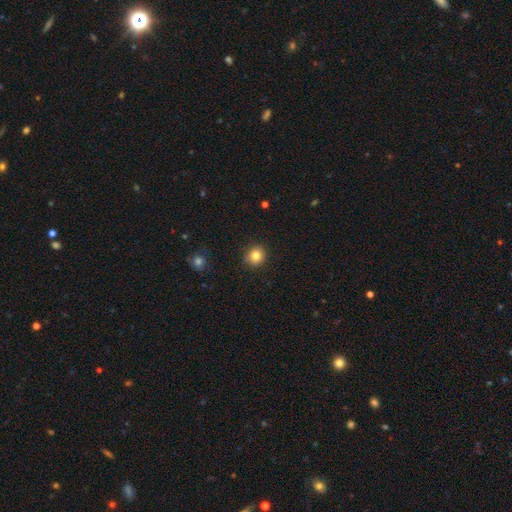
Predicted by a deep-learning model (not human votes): Smooth or featured? smooth (83%)
How rounded? round (85%)
Merging? none (88%)